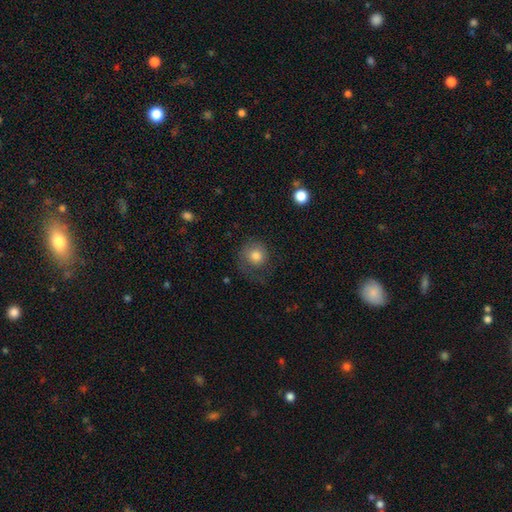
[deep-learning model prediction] Morphology: type=smooth (77%); roundness=round (89%); merging=none (55%).